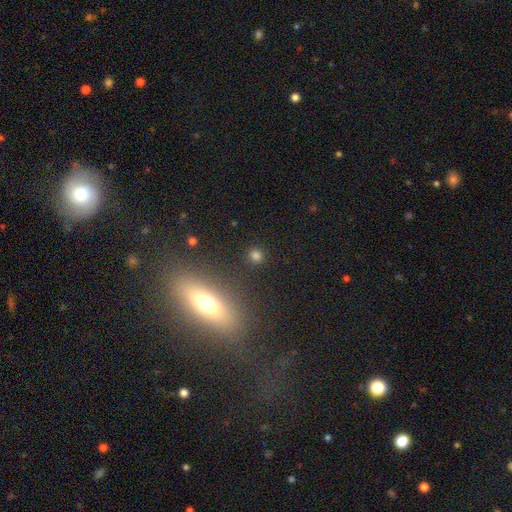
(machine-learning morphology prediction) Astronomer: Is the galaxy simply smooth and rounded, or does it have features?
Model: smooth — 74%.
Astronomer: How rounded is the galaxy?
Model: round — 89%.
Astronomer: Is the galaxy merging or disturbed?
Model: none — 88%.